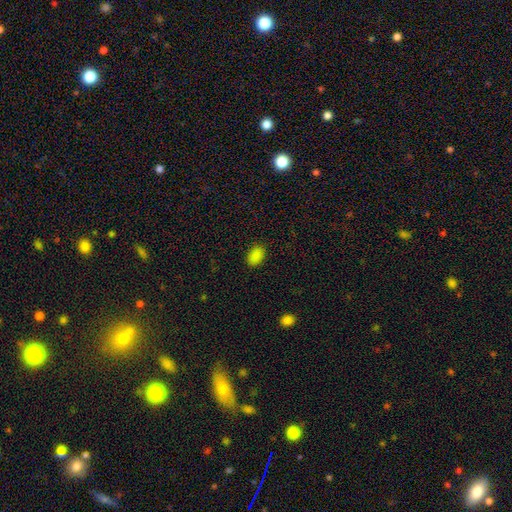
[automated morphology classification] A smooth galaxy with no disk features (86%) that is in between round and cigar-shaped (87%). Merging: none (87%).